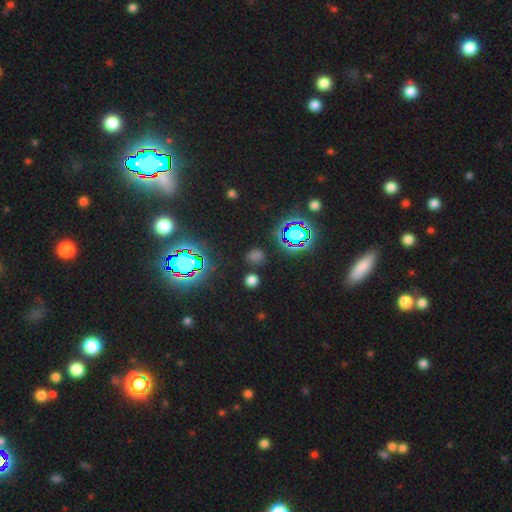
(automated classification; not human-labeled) smooth_or_featured: star or artifact (p=0.50) [alt: smooth p=0.43]